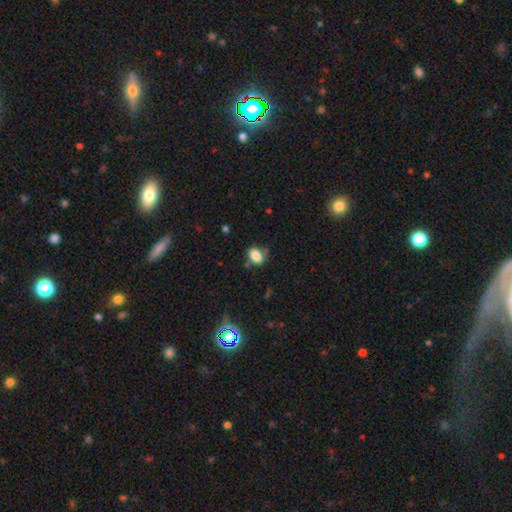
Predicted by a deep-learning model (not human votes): smooth-or-featured: smooth: 84% | star or artifact: 10% | featured or disk: 6%
  how-rounded: in between: 78% | round: 21% | cigar-shaped: 2%
  merging: none: 71% | minor disturbance: 19% | merger: 5% | major disturbance: 5%